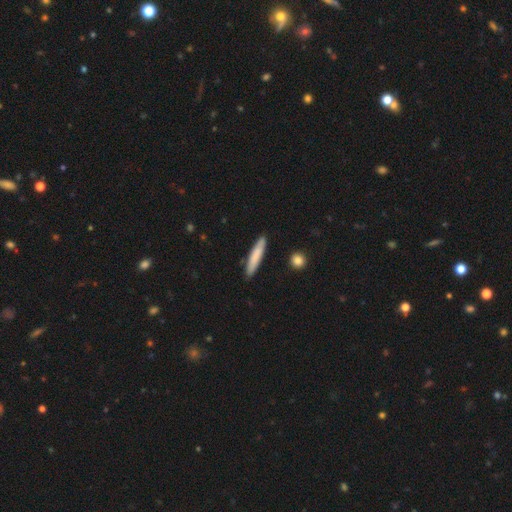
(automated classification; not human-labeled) Smooth or featured? Predicted: smooth (p=0.77). How rounded? Predicted: cigar-shaped (p=0.91). Merging? Predicted: none (p=0.87).